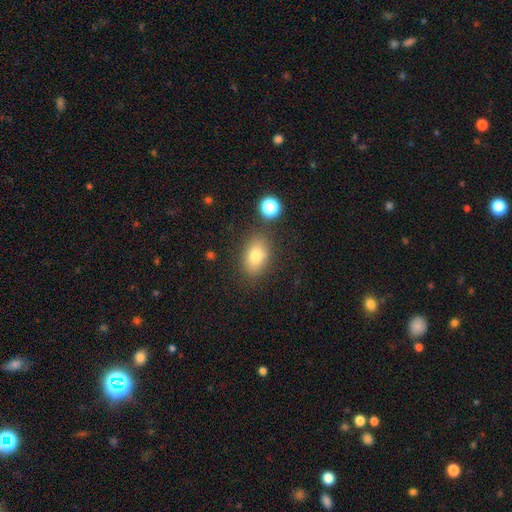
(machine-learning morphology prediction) This is likely a smooth galaxy (77%). How rounded: clearly in between (82%). Merging: clearly none (82%).